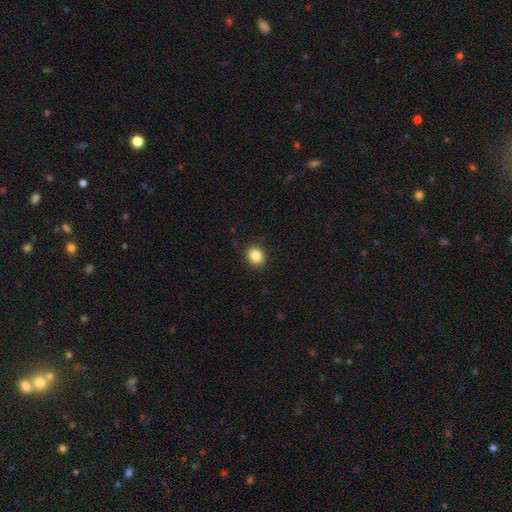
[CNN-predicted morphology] Q: Smooth or featured?
A: smooth (86%); runner-up: star or artifact (10%)
Q: How rounded?
A: round (63%); runner-up: in between (36%)
Q: Merging?
A: none (90%); runner-up: minor disturbance (7%)